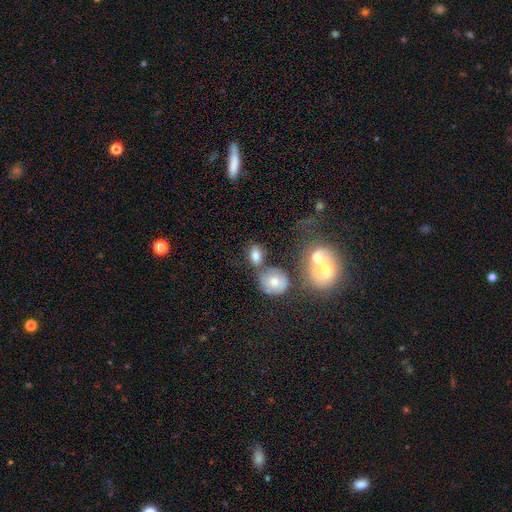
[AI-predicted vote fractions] smooth_or_featured: smooth (p=0.77) [alt: featured or disk p=0.13]
how_rounded: in between (p=0.75) [alt: round p=0.22]
merging: none (p=0.51) [alt: merger p=0.26]